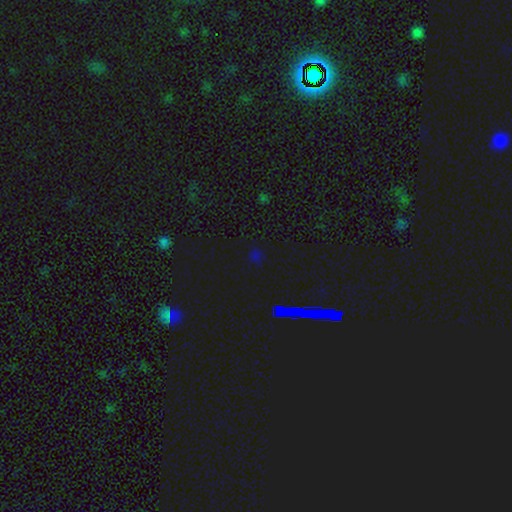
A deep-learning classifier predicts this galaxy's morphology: smooth-or-featured: star or artifact: 74% | smooth: 20% | featured or disk: 7%